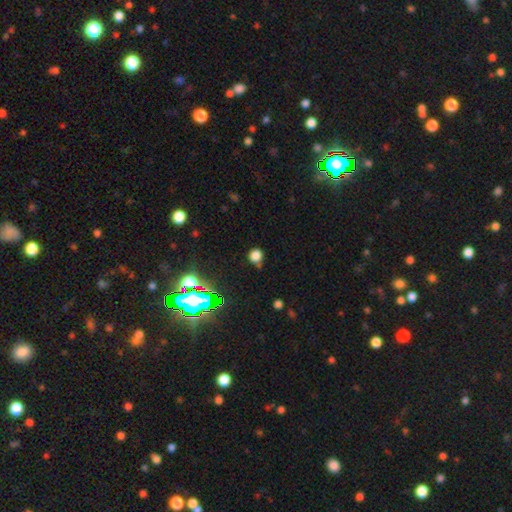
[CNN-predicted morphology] Smooth or featured: smooth — 73% (star or artifact — 21%)
How rounded: round — 87% (in between — 11%)
Merging: none — 73% (minor disturbance — 16%)